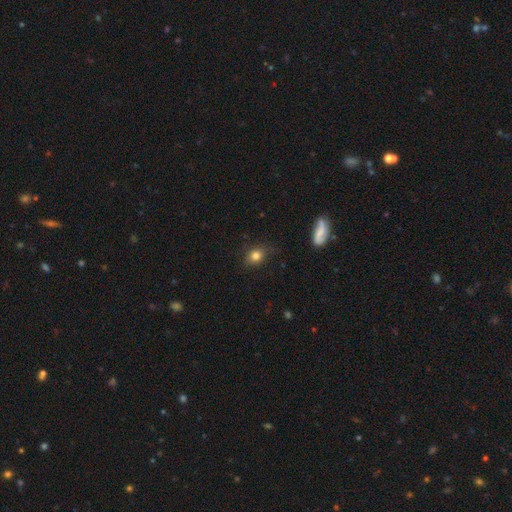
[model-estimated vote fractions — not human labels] smooth 81%, star or artifact 11%, featured or disk 8%. Down the decision tree: how rounded — in between (53%); merging — none (77%).